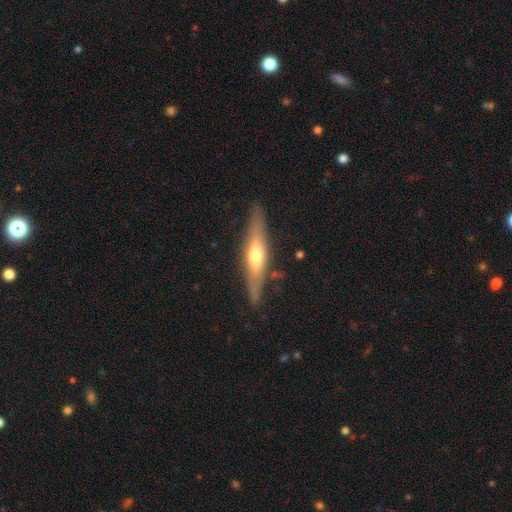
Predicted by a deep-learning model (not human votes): featured or disk 56%, smooth 39%, star or artifact 6%. Down the decision tree: edge-on disk — yes (88%); merging — none (84%).